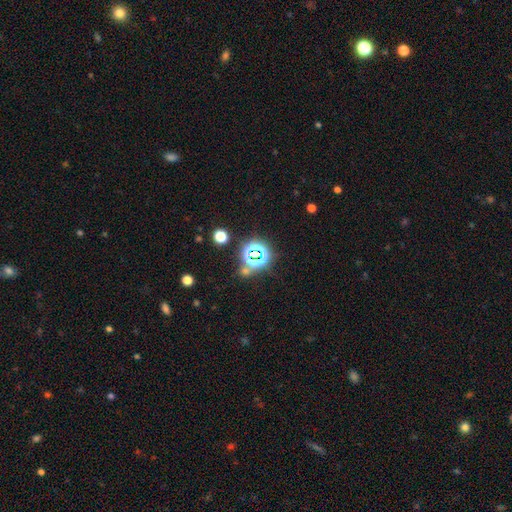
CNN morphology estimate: Overall: star or artifact (74%).